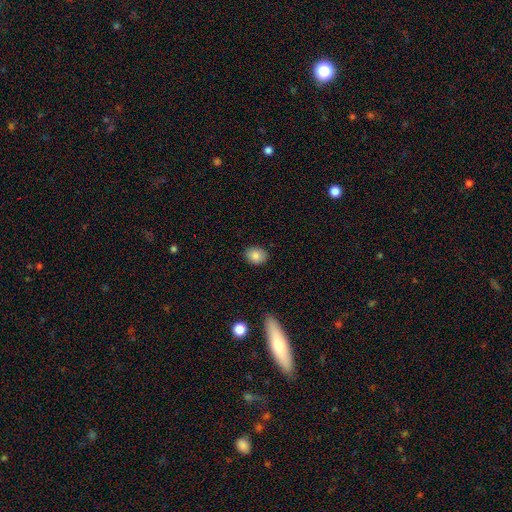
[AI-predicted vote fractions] Smooth or featured? Predicted: smooth (p=0.85). How rounded? Predicted: in between (p=0.52). Merging? Predicted: none (p=0.86).